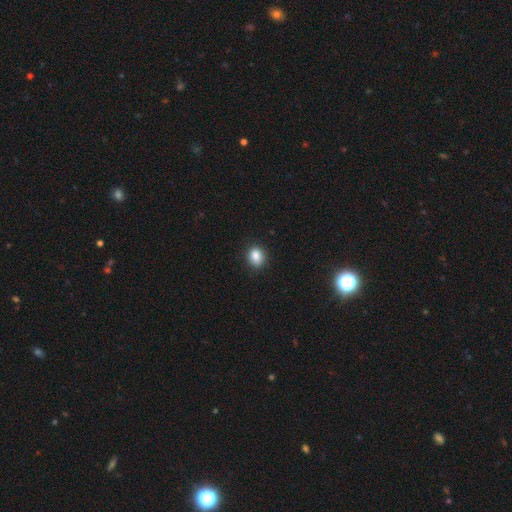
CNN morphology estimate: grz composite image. It shows a smooth galaxy with no disk features (86%) that is round (53%). Merging: none (87%).